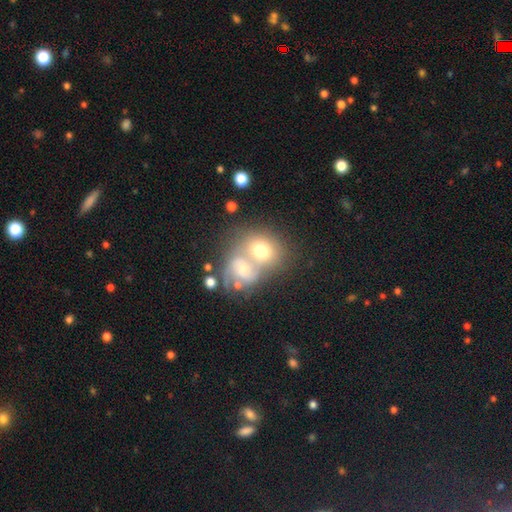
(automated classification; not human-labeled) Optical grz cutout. It shows a smooth galaxy with no disk features (52%) that is round (61%). Merging: merger (70%).